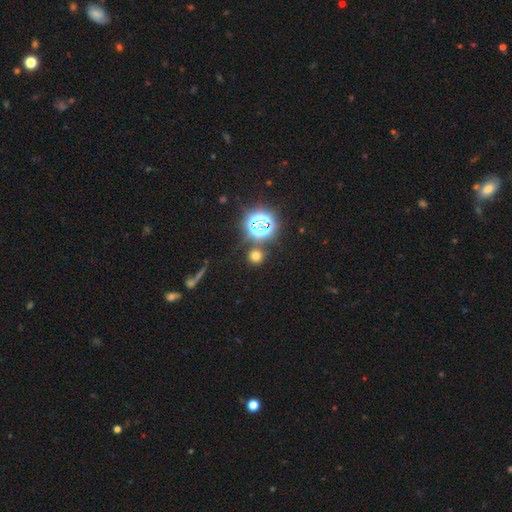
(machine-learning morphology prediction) smooth_or_featured: smooth (p=0.62) [alt: star or artifact p=0.30]
how_rounded: round (p=0.91) [alt: in between p=0.07]
merging: none (p=0.84) [alt: minor disturbance p=0.07]